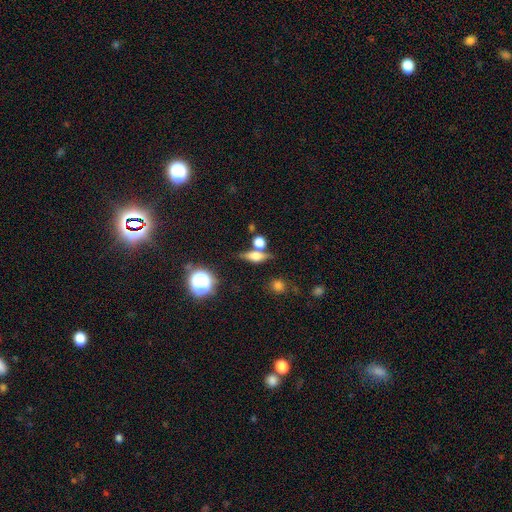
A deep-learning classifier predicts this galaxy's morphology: smooth-or-featured: smooth: 52% | featured or disk: 34% | star or artifact: 14%
  how-rounded: in between: 42% | cigar-shaped: 36% | round: 21%
  merging: none: 64% | merger: 17% | minor disturbance: 13% | major disturbance: 5%